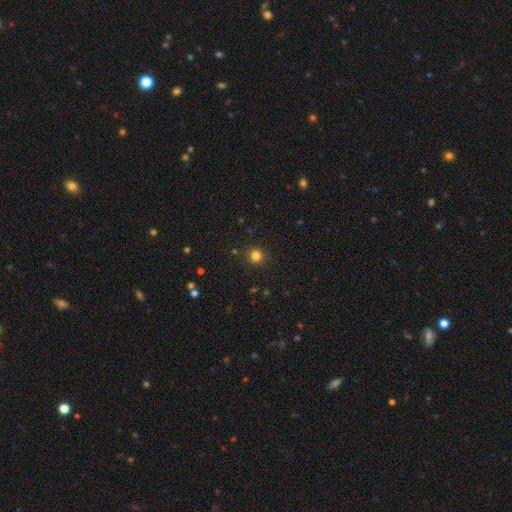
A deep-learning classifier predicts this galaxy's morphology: smooth_or_featured: smooth (p=0.81) [alt: star or artifact p=0.14]
how_rounded: round (p=0.94) [alt: in between p=0.05]
merging: none (p=0.91) [alt: minor disturbance p=0.06]